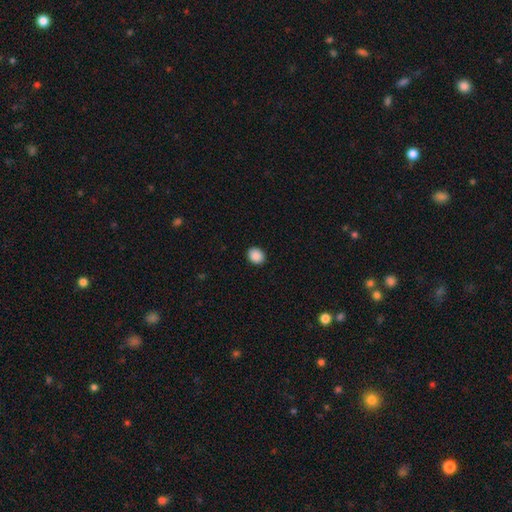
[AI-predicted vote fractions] A smooth galaxy with no disk features (90%) that is round (62%). Merging: none (91%).